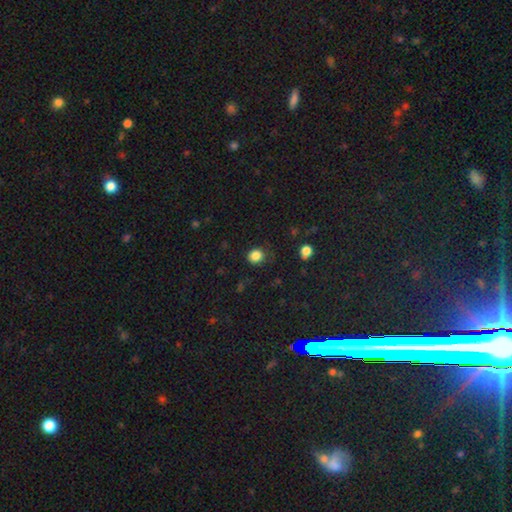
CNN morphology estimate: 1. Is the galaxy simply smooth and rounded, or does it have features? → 84% smooth, 12% star or artifact, 4% featured or disk.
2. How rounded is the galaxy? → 84% round, 15% in between, 1% cigar-shaped.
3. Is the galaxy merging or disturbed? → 80% none, 14% minor disturbance, 4% major disturbance, 1% merger.